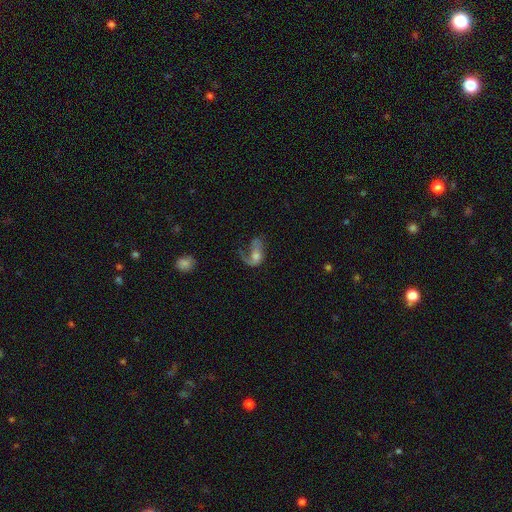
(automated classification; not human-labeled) This appears to be a featured or disk galaxy (65%) with no bar (66%), spiral arms (77%) and a moderate central bulge (49%). Merging: major disturbance (51%).